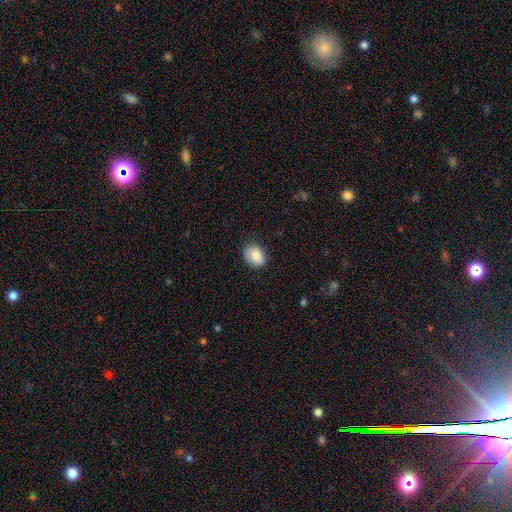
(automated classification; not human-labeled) Smooth or featured: smooth — 85% (star or artifact — 8%)
How rounded: in between — 63% (round — 36%)
Merging: none — 83% (minor disturbance — 14%)